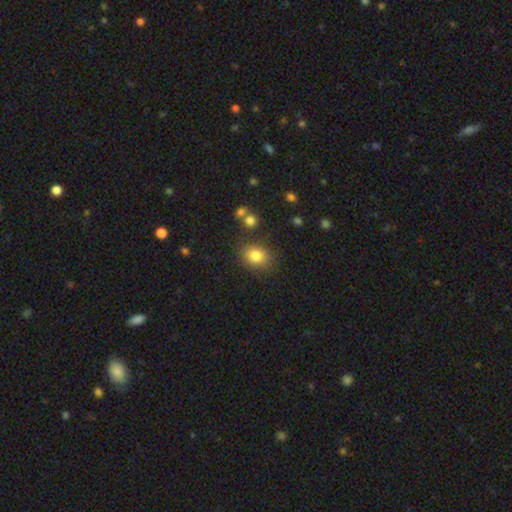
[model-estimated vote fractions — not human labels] This appears to be a smooth galaxy with no disk features (82%) that is round (50%). Merging: none (80%).